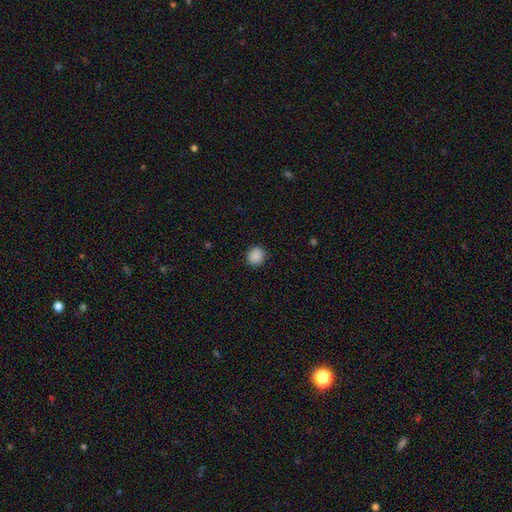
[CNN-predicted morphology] The model was most divided on "smooth or featured": smooth: 87%, star or artifact: 9%, featured or disk: 3%. More confident: merging — none (90%); how rounded — round (89%).